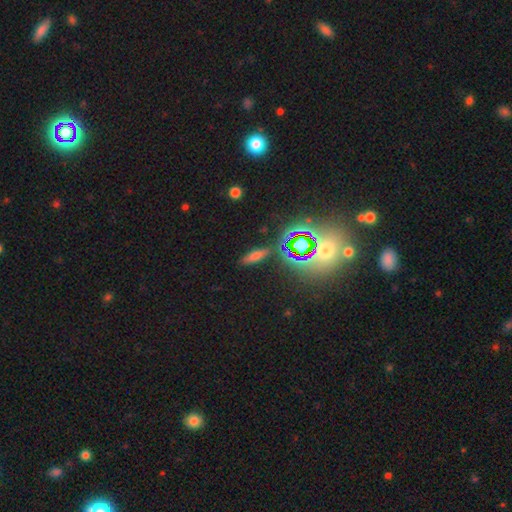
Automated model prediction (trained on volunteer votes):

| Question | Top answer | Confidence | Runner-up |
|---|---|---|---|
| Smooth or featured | smooth | 57% | star or artifact (26%) |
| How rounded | cigar-shaped | 57% | in between (37%) |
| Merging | none | 84% | minor disturbance (10%) |